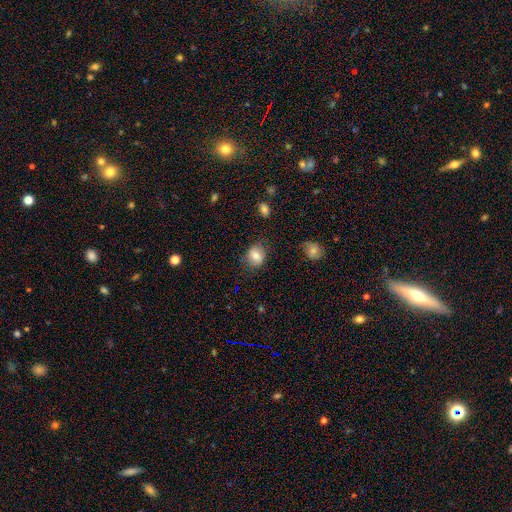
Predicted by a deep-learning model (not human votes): Smooth or featured?
  - smooth: 78% *
  - featured or disk: 12%
  - star or artifact: 9%
How rounded?
  - round: 59% *
  - in between: 40%
  - cigar-shaped: 1%
Merging?
  - none: 75% *
  - minor disturbance: 18%
  - major disturbance: 5%
  - merger: 2%